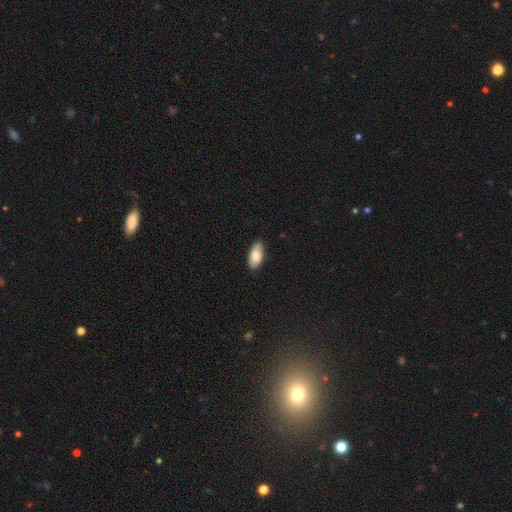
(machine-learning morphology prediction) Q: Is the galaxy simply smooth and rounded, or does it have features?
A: smooth — 85%.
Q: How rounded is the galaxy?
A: in between — 91%.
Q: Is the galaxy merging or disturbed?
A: none — 85%.